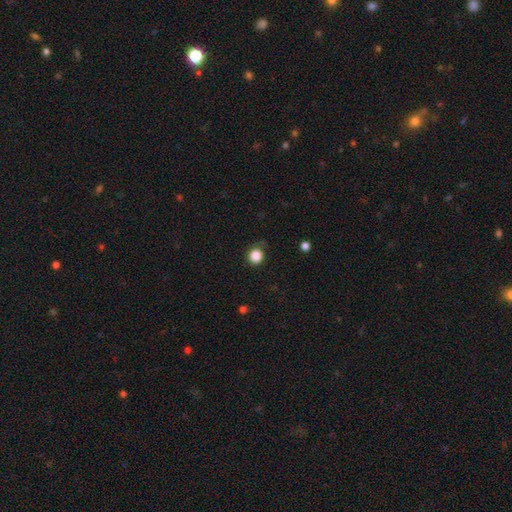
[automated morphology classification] This is clearly a smooth galaxy (87%). How rounded: clearly round (84%). Merging: likely none (75%).